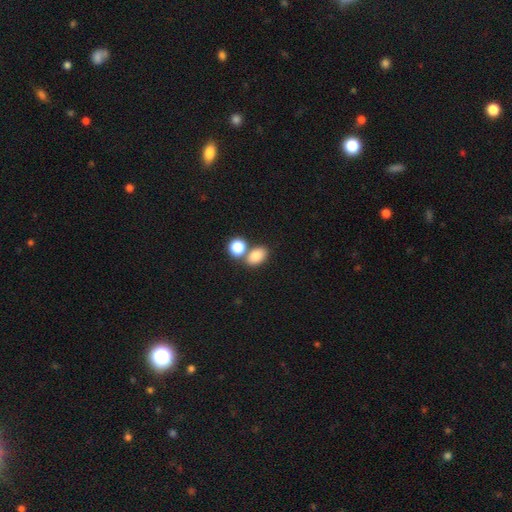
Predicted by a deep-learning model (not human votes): Smooth or featured? Predicted: smooth (p=0.82). How rounded? Predicted: in between (p=0.75). Merging? Predicted: none (p=0.57).